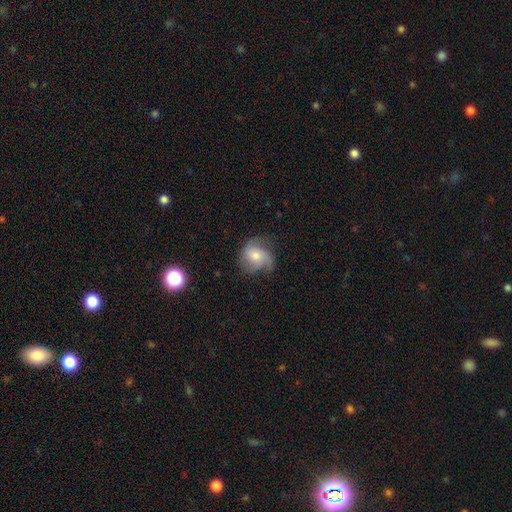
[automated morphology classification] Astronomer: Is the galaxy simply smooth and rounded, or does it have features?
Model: featured or disk — 53% (runner-up: smooth, 38%).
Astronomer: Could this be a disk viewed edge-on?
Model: no — 97%.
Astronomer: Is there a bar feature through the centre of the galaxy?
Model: no — 74%.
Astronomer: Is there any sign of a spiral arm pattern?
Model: yes — 85%.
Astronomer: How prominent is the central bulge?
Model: moderate — 52% (runner-up: small, 38%).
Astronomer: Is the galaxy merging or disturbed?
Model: none — 53% (runner-up: minor disturbance, 28%).